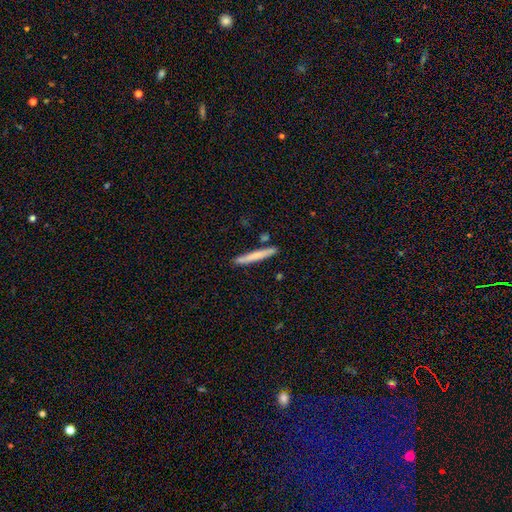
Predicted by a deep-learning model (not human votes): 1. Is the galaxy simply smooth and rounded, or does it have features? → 67% smooth, 28% featured or disk, 5% star or artifact.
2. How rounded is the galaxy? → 96% cigar-shaped, 3% in between, 1% round.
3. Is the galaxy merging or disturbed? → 85% none, 10% minor disturbance, 4% merger, 2% major disturbance.